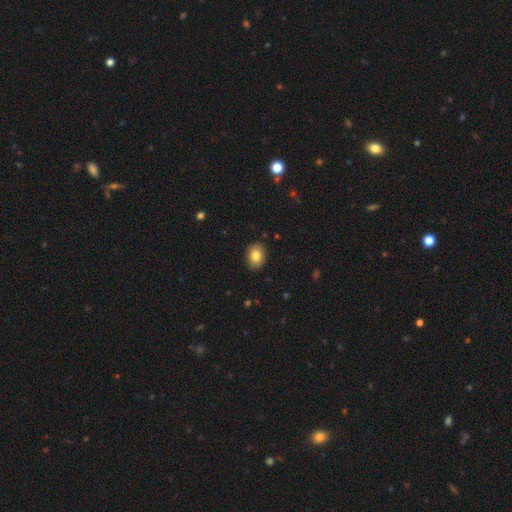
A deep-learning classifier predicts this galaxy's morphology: The model was most divided on "how rounded": in between: 74%, round: 25%, cigar-shaped: 1%. More confident: merging — none (88%); smooth or featured — smooth (83%).